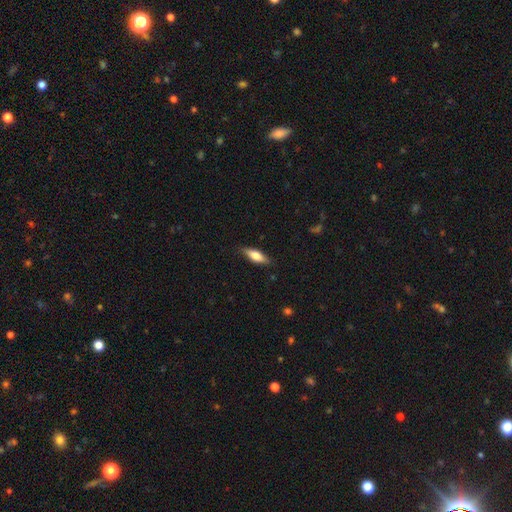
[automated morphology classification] smooth_or_featured: smooth (p=0.63) [alt: featured or disk p=0.31]
how_rounded: in between (p=0.55) [alt: cigar-shaped p=0.42]
merging: none (p=0.83) [alt: minor disturbance p=0.14]